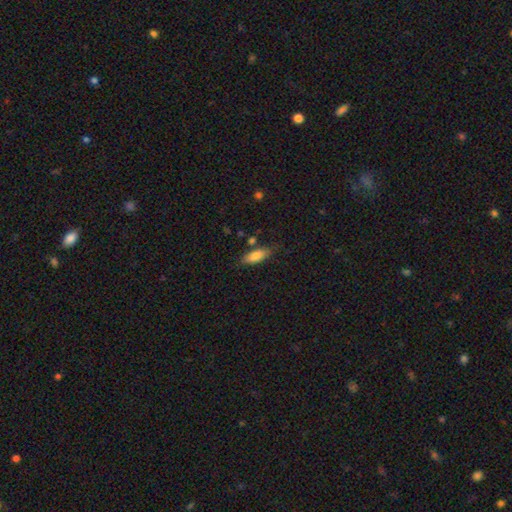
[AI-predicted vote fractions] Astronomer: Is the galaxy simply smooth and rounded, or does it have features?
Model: smooth — 81%.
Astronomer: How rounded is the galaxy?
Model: in between — 75%.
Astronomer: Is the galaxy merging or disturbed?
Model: none — 75%.